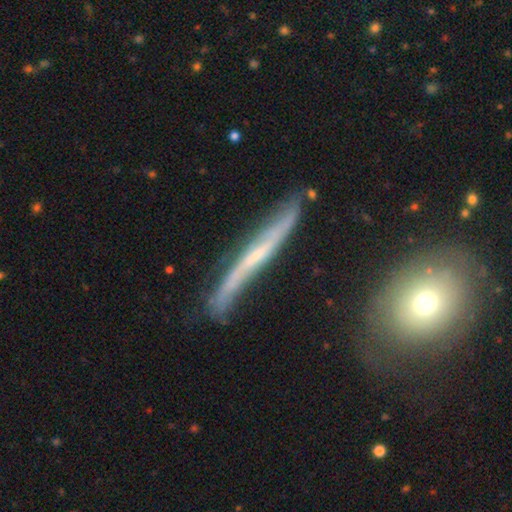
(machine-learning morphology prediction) A featured or disk galaxy (73%) viewed edge-on (84%) with no central bulge (60%). Merging: none (74%).